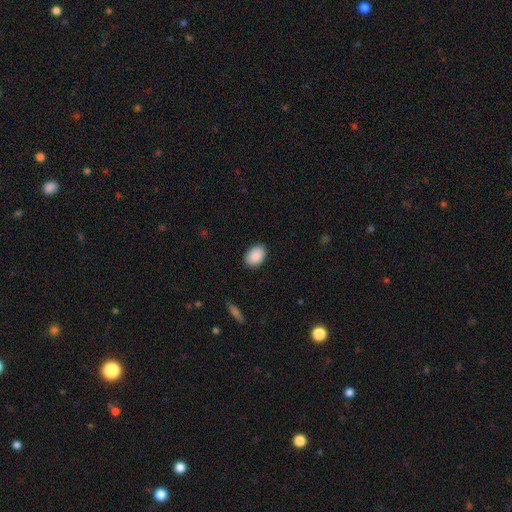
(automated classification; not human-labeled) Q: Smooth or featured?
A: smooth (90%); runner-up: star or artifact (7%)
Q: How rounded?
A: in between (77%); runner-up: round (22%)
Q: Merging?
A: none (89%); runner-up: minor disturbance (8%)